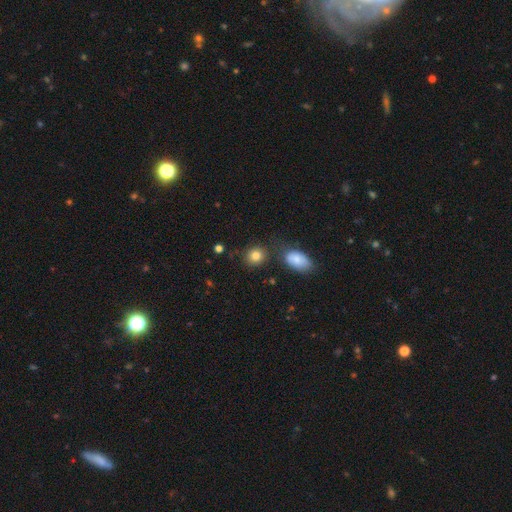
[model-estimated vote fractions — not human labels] A smooth galaxy with no disk features (83%) that is round (74%).

Vote fractions:
- Smooth or featured? smooth: 83% / star or artifact: 10% / featured or disk: 7%
- How rounded? round: 74% / in between: 25% / cigar-shaped: 1%
- Merging? none: 78% / minor disturbance: 11% / merger: 8% / major disturbance: 4%